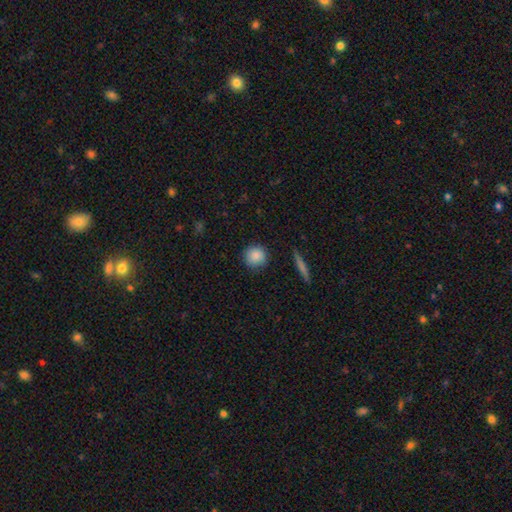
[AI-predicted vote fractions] Smooth or featured? smooth (87%)
How rounded? round (92%)
Merging? none (87%)